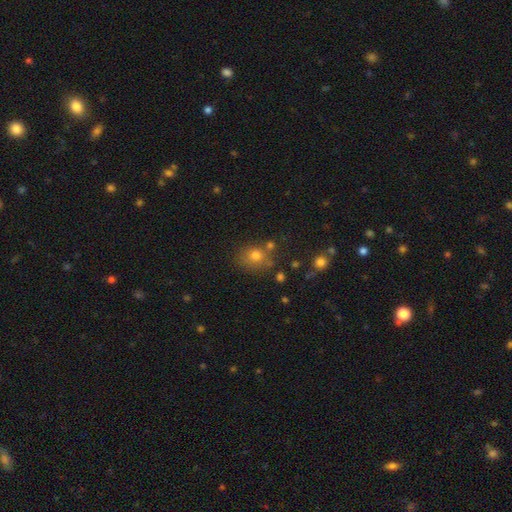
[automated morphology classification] Smooth or featured? Predicted: smooth (p=0.76). How rounded? Predicted: round (p=0.65). Merging? Predicted: none (p=0.66).